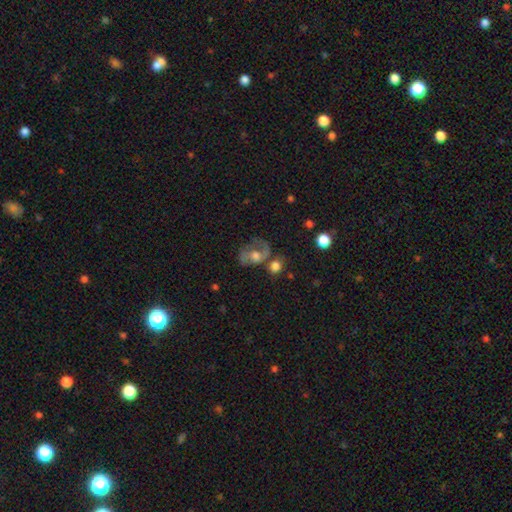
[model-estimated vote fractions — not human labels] The model was most divided on "merging": none: 37%, major disturbance: 24%, minor disturbance: 20%, merger: 19%. More confident: edge-on disk — no (96%); spiral arms — yes (68%); bar — no (63%); bulge size — moderate (58%); smooth or featured — featured or disk (55%).